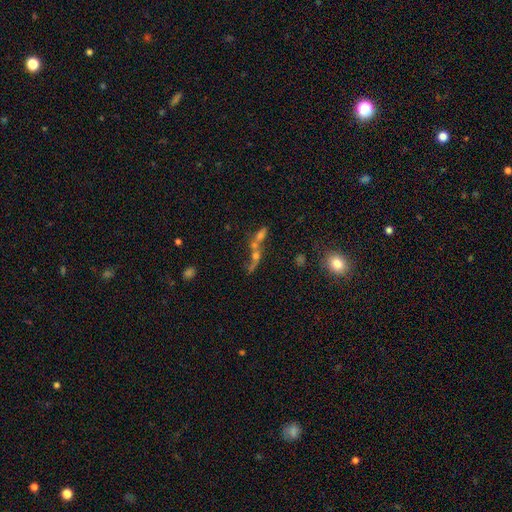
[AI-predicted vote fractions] A featured or disk galaxy (42%).

Vote fractions:
- Smooth or featured? featured or disk: 42% / smooth: 34% / star or artifact: 24%
- Merging? merger: 49% / none: 30% / major disturbance: 11% / minor disturbance: 9%